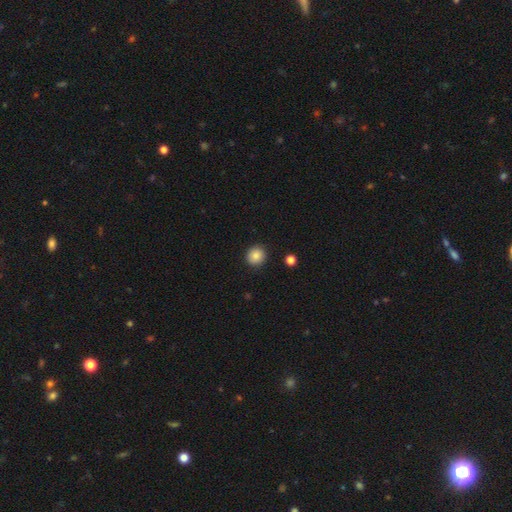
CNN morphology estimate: smooth-or-featured: smooth: 85% | star or artifact: 9% | featured or disk: 6%
  how-rounded: round: 88% | in between: 11% | cigar-shaped: 1%
  merging: none: 91% | minor disturbance: 6% | major disturbance: 2% | merger: 1%